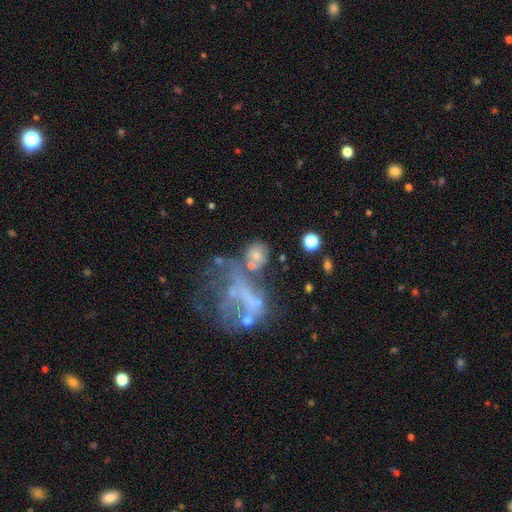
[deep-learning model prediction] Smooth or featured?
  - smooth: 40% *
  - featured or disk: 39%
  - star or artifact: 21%
Merging?
  - none: 32% *
  - major disturbance: 30%
  - merger: 24%
  - minor disturbance: 14%